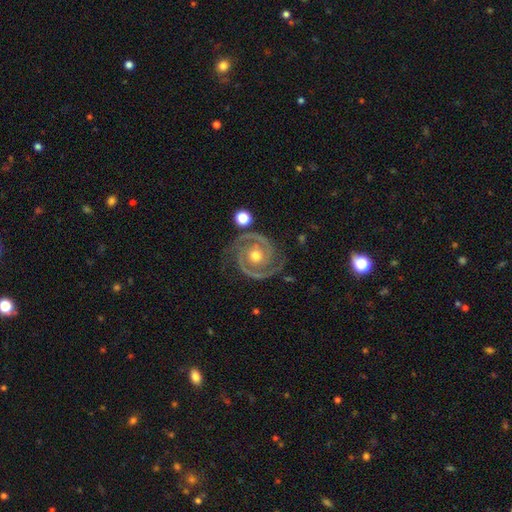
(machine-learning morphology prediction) This is clearly a featured or disk galaxy (93%). It is clearly not viewed edge-on (98%). Bar: likely no (74%). Spiral arm pattern: clearly yes (99%). Spiral arm count: clearly 2 (92%). Spiral winding: likely tight (63%). Central bulge: likely moderate (76%). Merging: clearly none (81%).